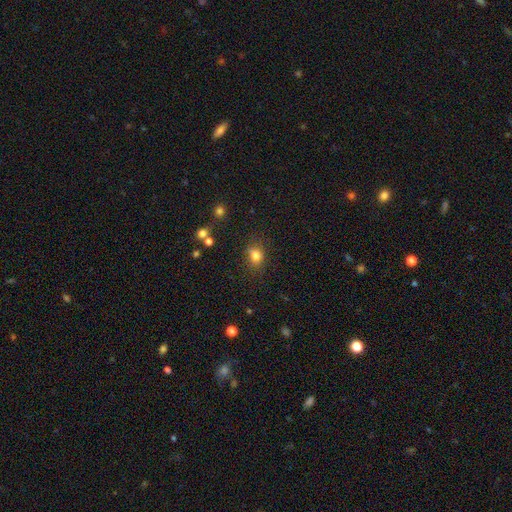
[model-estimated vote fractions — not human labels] Q: Smooth or featured?
A: smooth (80%); runner-up: star or artifact (13%)
Q: How rounded?
A: in between (50%); runner-up: round (48%)
Q: Merging?
A: none (71%); runner-up: minor disturbance (19%)